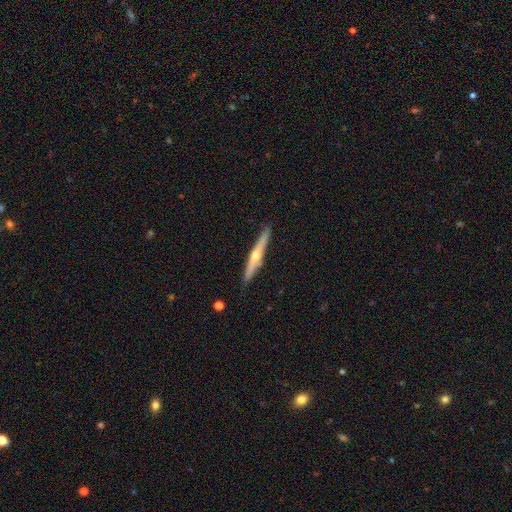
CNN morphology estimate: featured or disk 66%, smooth 28%, star or artifact 5%. Down the decision tree: edge-on disk — yes (97%); edge-on bulge — rounded (89%); merging — none (89%).